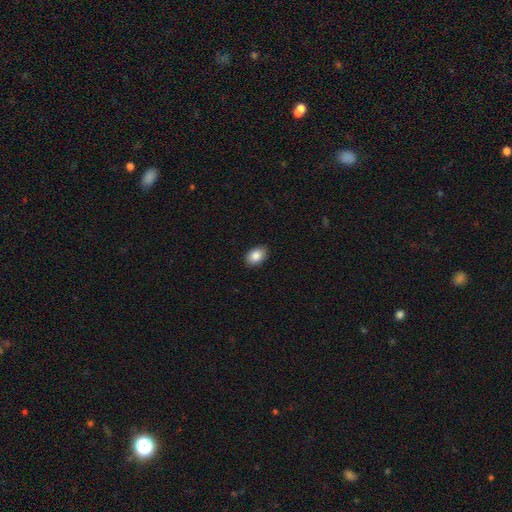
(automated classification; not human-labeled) Smooth or featured: smooth — 87% (star or artifact — 7%)
How rounded: in between — 84% (round — 15%)
Merging: none — 88% (minor disturbance — 9%)